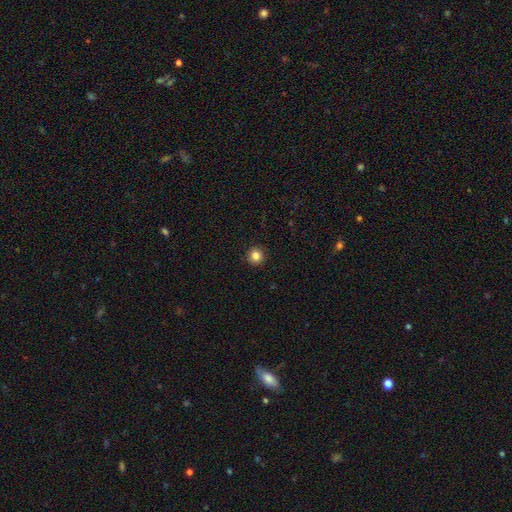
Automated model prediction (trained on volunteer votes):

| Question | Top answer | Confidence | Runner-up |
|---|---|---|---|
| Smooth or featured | smooth | 84% | star or artifact (11%) |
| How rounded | round | 94% | in between (5%) |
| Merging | none | 93% | minor disturbance (5%) |